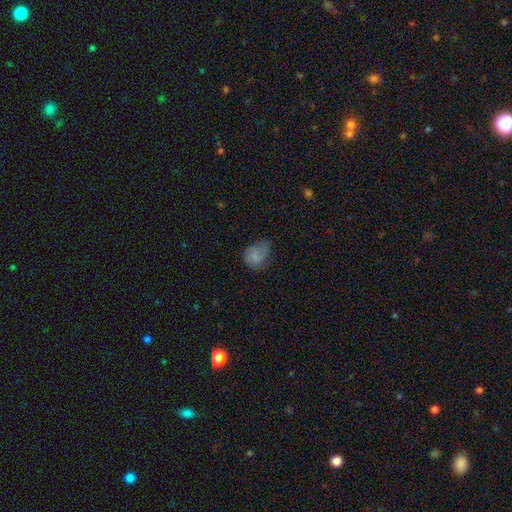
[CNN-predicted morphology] smooth_or_featured: smooth (p=0.75) [alt: featured or disk p=0.15]
how_rounded: in between (p=0.56) [alt: round p=0.43]
merging: none (p=0.41) [alt: minor disturbance p=0.39]